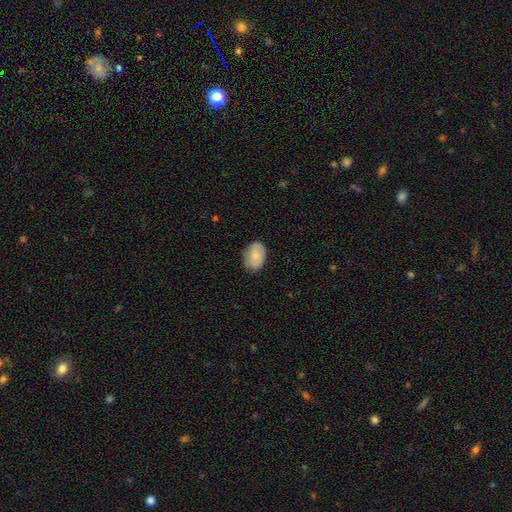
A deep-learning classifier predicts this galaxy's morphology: smooth 79%, featured or disk 14%, star or artifact 7%. Down the decision tree: how rounded — in between (84%); merging — none (73%).